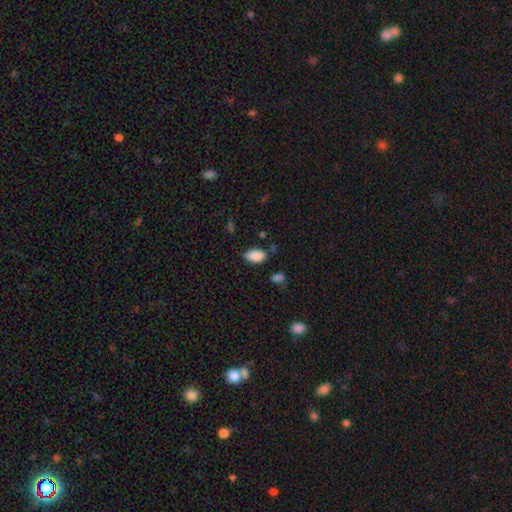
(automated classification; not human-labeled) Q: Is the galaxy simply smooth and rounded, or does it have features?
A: smooth — 89%.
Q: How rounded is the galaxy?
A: in between — 94%.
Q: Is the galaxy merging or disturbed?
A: none — 77%.